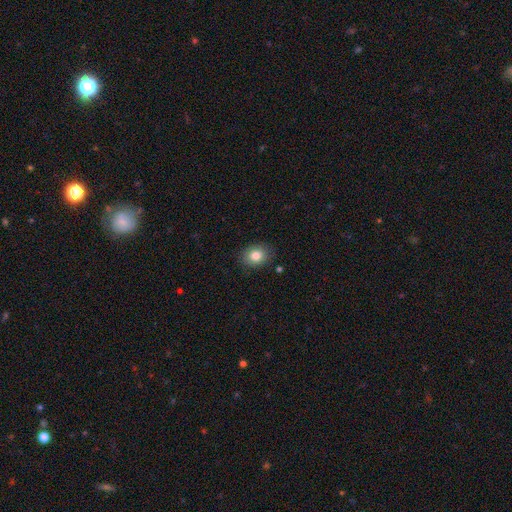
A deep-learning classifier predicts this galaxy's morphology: This is clearly a smooth galaxy (82%). How rounded: possibly in between (55%). Merging: clearly none (85%).